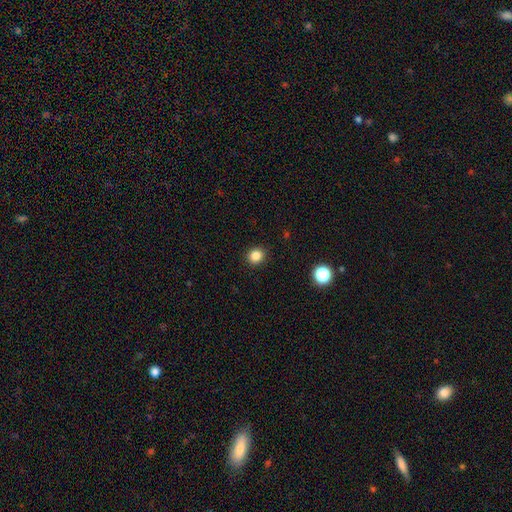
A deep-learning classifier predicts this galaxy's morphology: smooth-or-featured: smooth: 85% | star or artifact: 12% | featured or disk: 4%
  how-rounded: round: 82% | in between: 17% | cigar-shaped: 1%
  merging: none: 92% | minor disturbance: 5% | major disturbance: 2% | merger: 1%